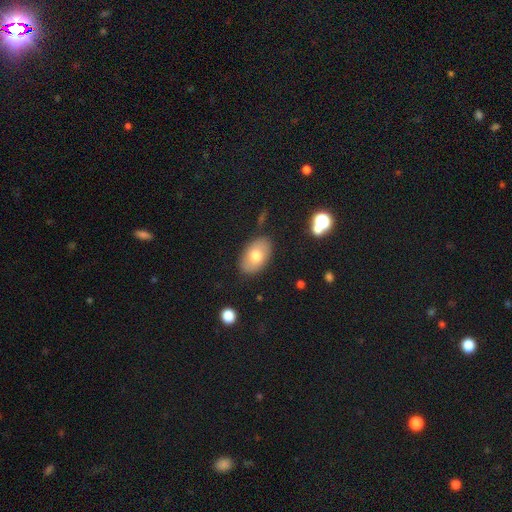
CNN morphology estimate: Q: Smooth or featured?
A: smooth (72%); runner-up: featured or disk (20%)
Q: How rounded?
A: in between (91%); runner-up: round (8%)
Q: Merging?
A: none (84%); runner-up: minor disturbance (11%)